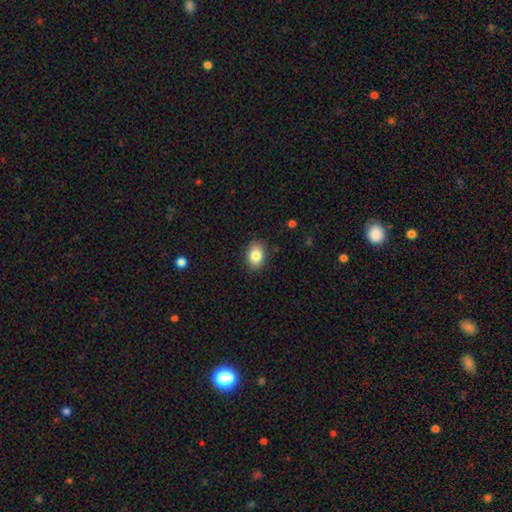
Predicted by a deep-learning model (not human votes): A smooth galaxy with no disk features (83%) that is in between round and cigar-shaped (74%). Merging: none (87%).